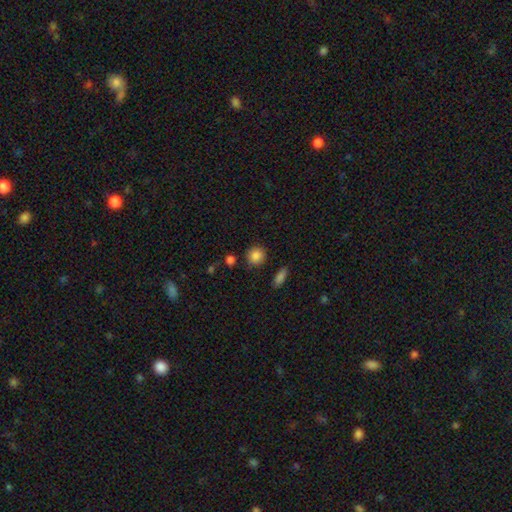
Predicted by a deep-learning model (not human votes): This appears to be a smooth galaxy with no disk features (86%) that is round (88%). Merging: none (86%).